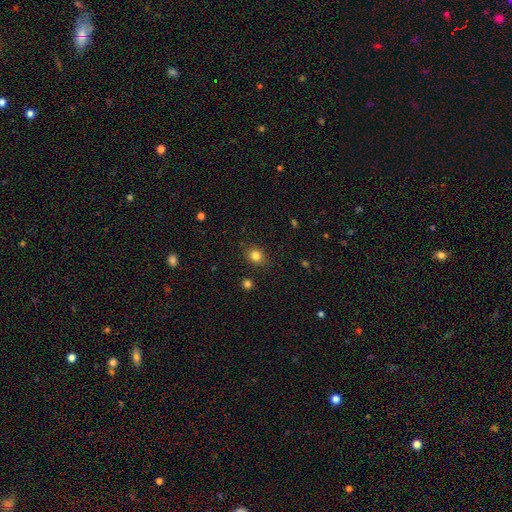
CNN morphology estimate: Smooth or featured? smooth (81%)
How rounded? round (67%)
Merging? none (85%)